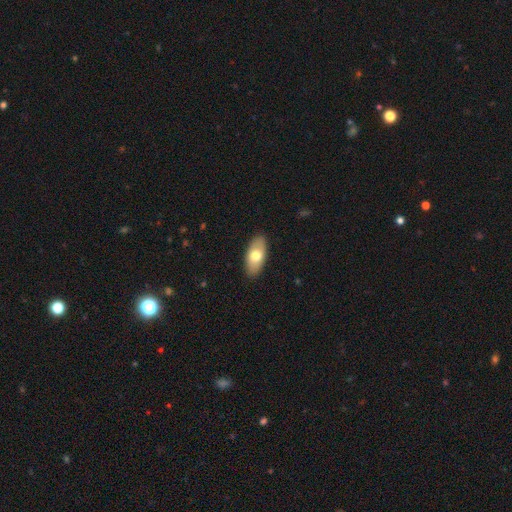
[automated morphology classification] Overall: smooth (70%). How rounded: in between (91%). Merging: none (89%).